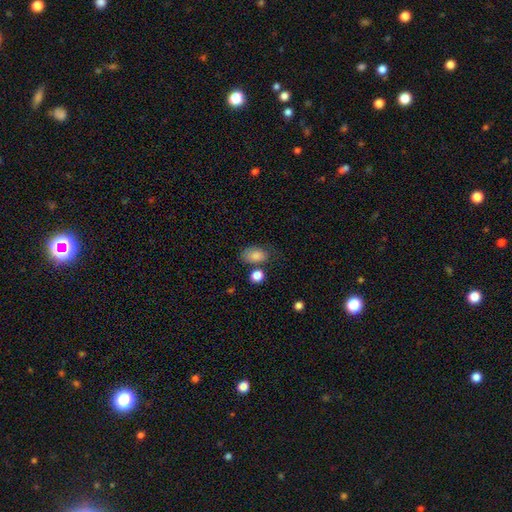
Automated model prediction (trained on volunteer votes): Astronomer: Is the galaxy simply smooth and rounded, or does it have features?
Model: smooth — 84%.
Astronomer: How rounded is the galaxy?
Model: in between — 83%.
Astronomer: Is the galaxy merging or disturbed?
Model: none — 57%.